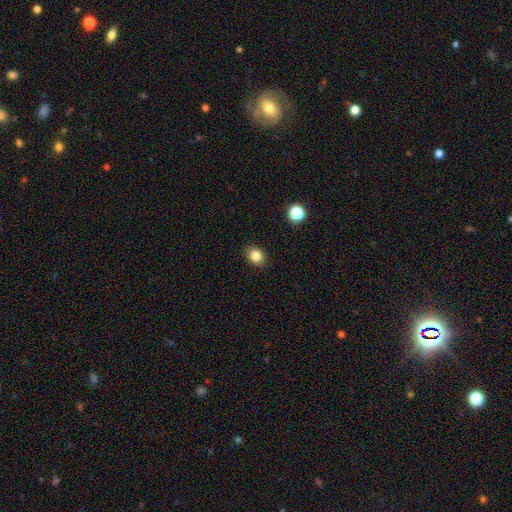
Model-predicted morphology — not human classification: smooth-or-featured: smooth: 84% | star or artifact: 11% | featured or disk: 5%
  how-rounded: round: 50% | in between: 49% | cigar-shaped: 1%
  merging: none: 88% | minor disturbance: 8% | major disturbance: 2% | merger: 1%